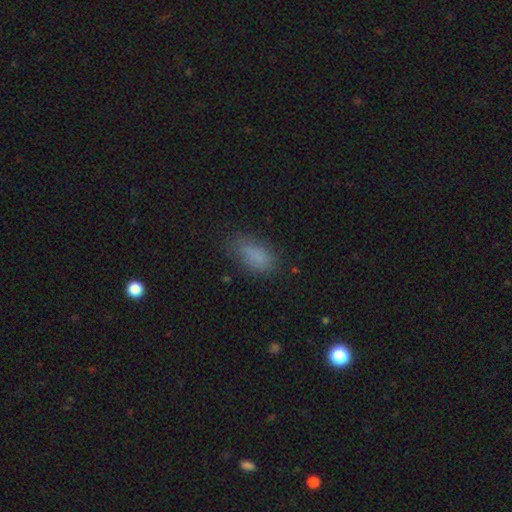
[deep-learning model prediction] Q: Smooth or featured?
A: smooth (80%); runner-up: star or artifact (12%)
Q: How rounded?
A: in between (87%); runner-up: cigar-shaped (8%)
Q: Merging?
A: none (65%); runner-up: minor disturbance (24%)